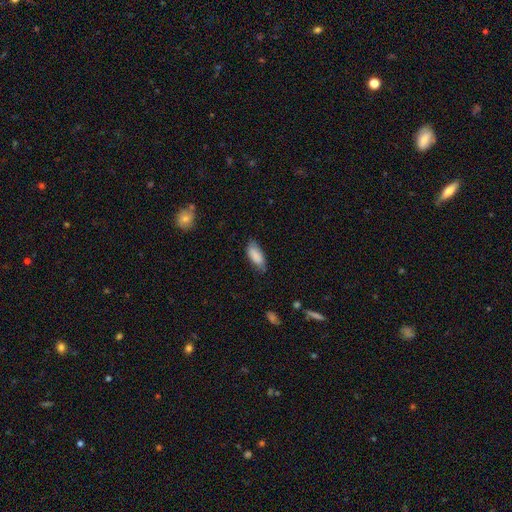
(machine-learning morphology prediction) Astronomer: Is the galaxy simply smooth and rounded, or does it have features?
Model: smooth — 86%.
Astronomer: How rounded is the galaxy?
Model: in between — 84%.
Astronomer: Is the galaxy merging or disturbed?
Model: none — 68%.